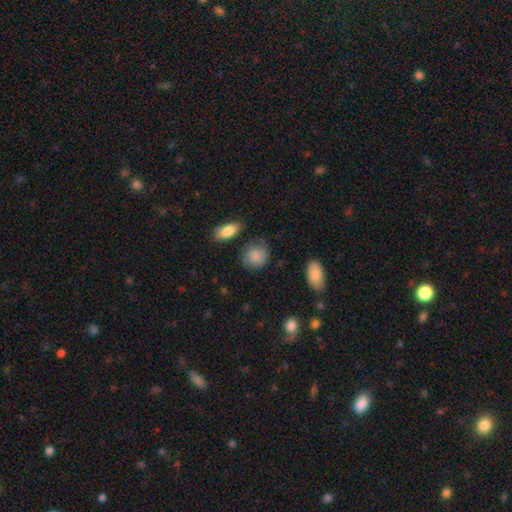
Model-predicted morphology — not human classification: This appears to be a smooth galaxy with no disk features (84%) that is round (72%). Merging: none (68%).